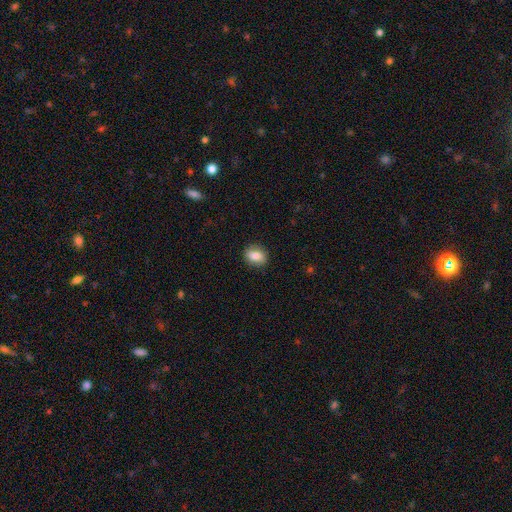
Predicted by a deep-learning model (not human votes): Smooth or featured? smooth (77%)
How rounded? in between (57%)
Merging? none (83%)